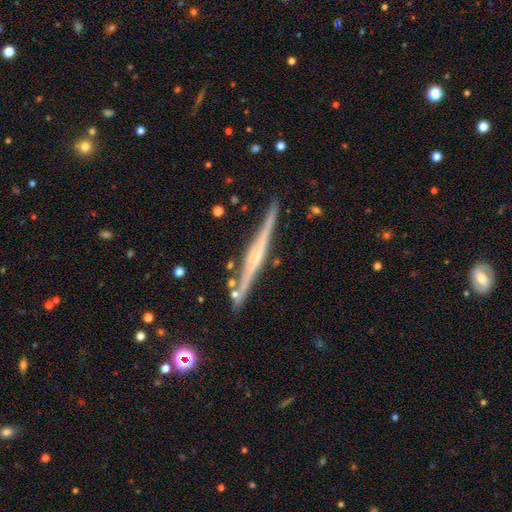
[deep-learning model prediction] The model was most divided on "edge-on bulge": rounded: 45%, none: 35%, boxy: 20%. More confident: edge-on disk — yes (98%); merging — none (86%); smooth or featured — featured or disk (77%).